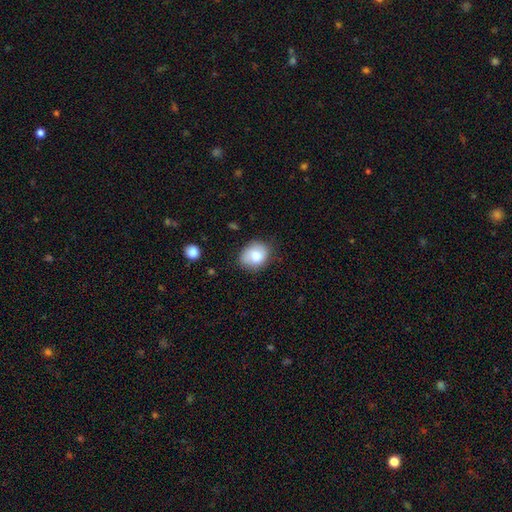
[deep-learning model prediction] Smooth or featured?
  - smooth: 79% *
  - featured or disk: 13%
  - star or artifact: 8%
How rounded?
  - round: 52% *
  - in between: 48%
  - cigar-shaped: 1%
Merging?
  - none: 73% *
  - minor disturbance: 21%
  - major disturbance: 4%
  - merger: 2%